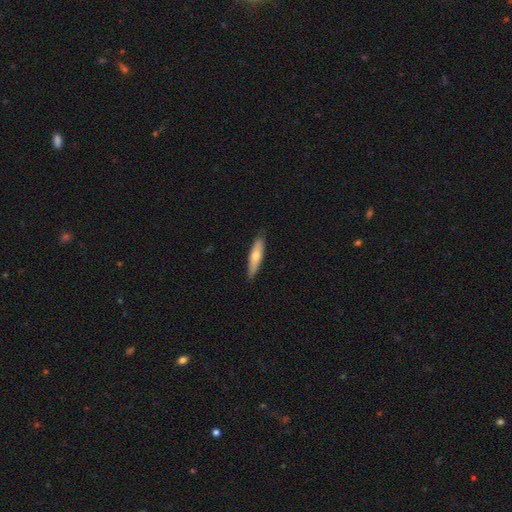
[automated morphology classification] A smooth galaxy with no disk features (60%) that is cigar-shaped (72%). Merging: none (85%).